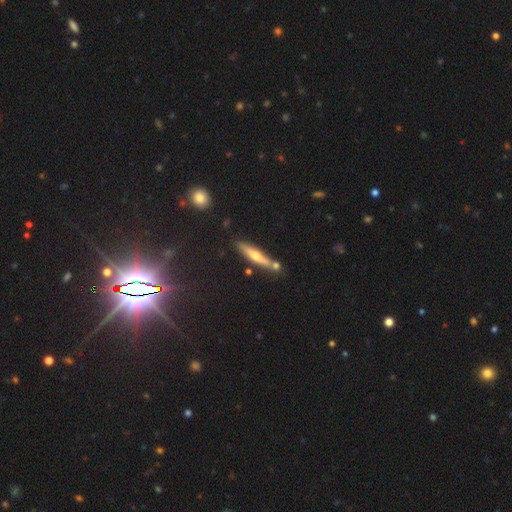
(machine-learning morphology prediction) smooth_or_featured: featured or disk (p=0.49) [alt: smooth p=0.41]
merging: none (p=0.75) [alt: minor disturbance p=0.13]